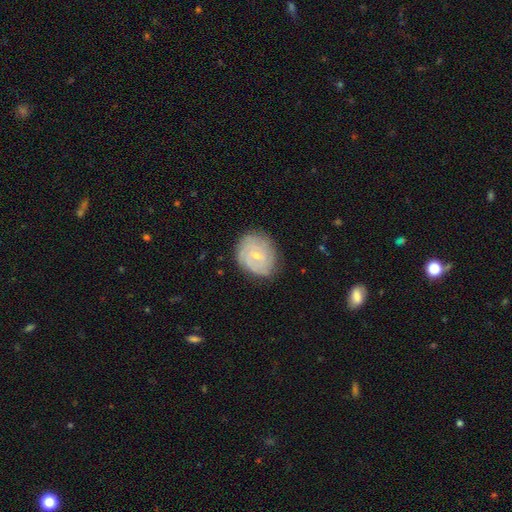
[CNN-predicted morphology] Smooth or featured? featured or disk (66%)
Edge-on disk? no (97%)
Bar? no (58%)
Spiral arms? yes (85%)
Spiral winding? tight (71%)
Spiral arm count? can't tell (48%)
Bulge size? small (70%)
Merging? none (77%)